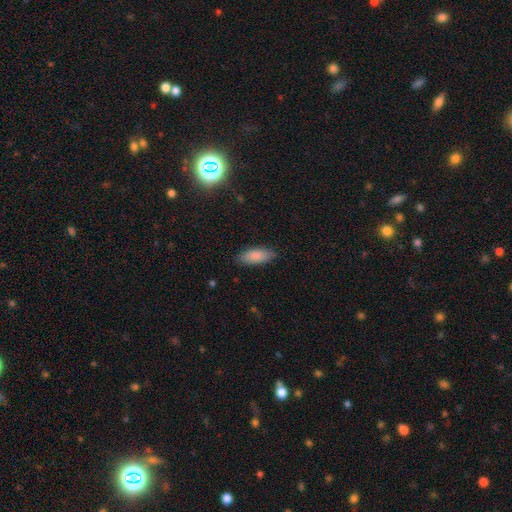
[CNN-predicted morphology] This is clearly a smooth galaxy (86%). How rounded: likely in between (70%). Merging: clearly none (86%).